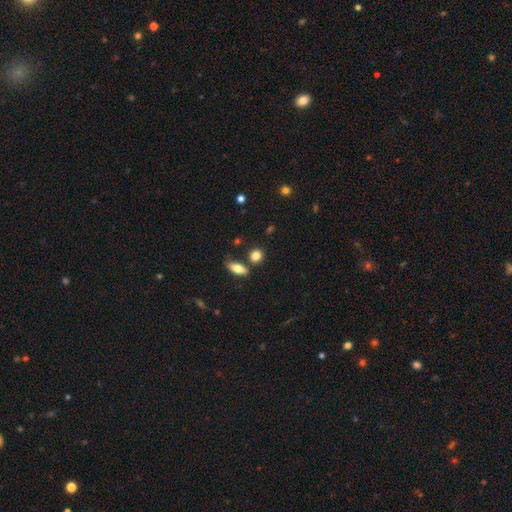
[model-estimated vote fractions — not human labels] Morphology: type=smooth (83%); roundness=round (67%); merging=none (74%).